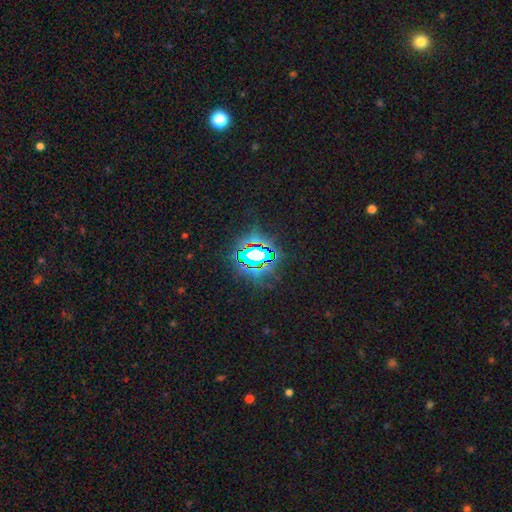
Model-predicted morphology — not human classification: This is likely a star or artifact rather than a galaxy (74%).